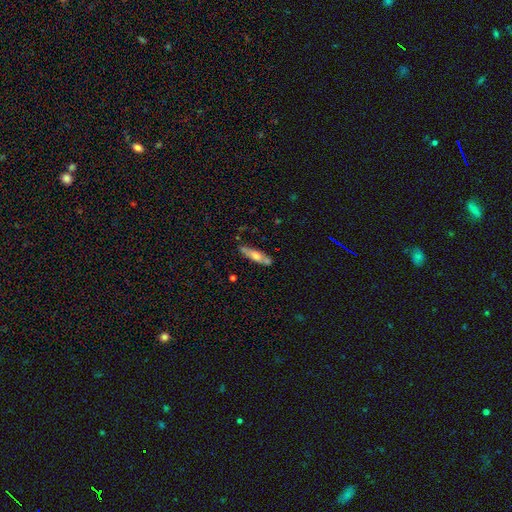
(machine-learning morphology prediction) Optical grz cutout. It shows a smooth galaxy with no disk features (50%) that is cigar-shaped (74%). Merging: none (70%).